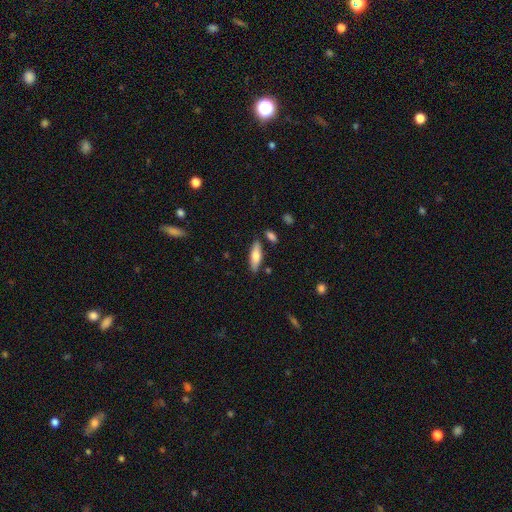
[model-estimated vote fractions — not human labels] Morphology: type=smooth (69%); roundness=in between (51%); merging=none (81%).